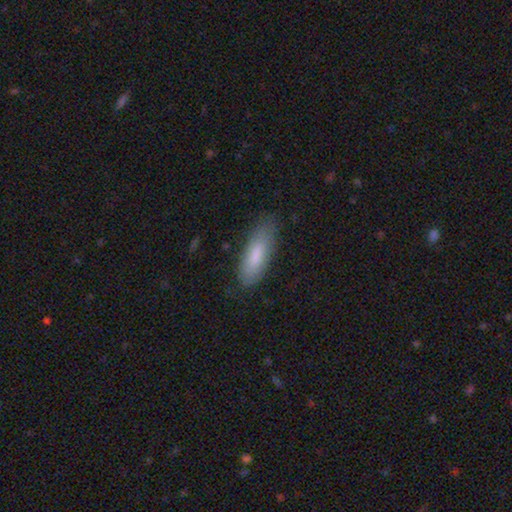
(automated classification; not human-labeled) smooth 80%, featured or disk 14%, star or artifact 6%. Down the decision tree: how rounded — in between (57%); merging — none (79%).